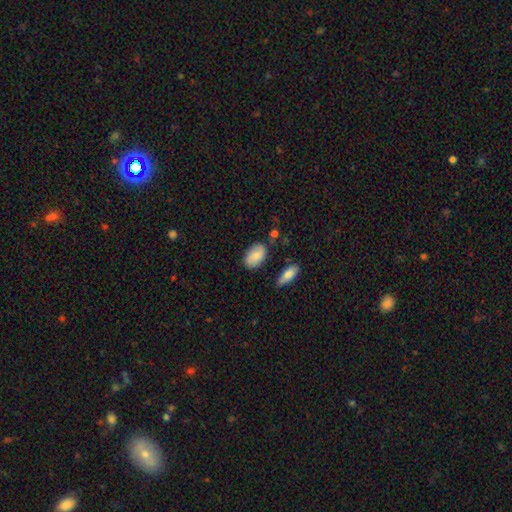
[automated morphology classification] Smooth or featured: smooth — 82% (featured or disk — 11%)
How rounded: in between — 91% (round — 7%)
Merging: none — 79% (minor disturbance — 15%)